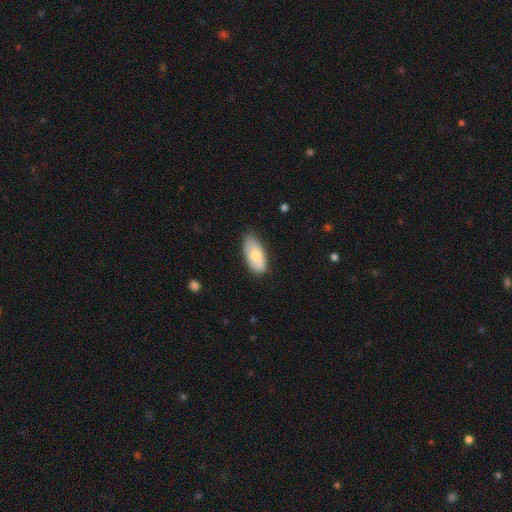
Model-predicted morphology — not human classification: A smooth galaxy with no disk features (72%) that is in between round and cigar-shaped (92%).

Vote fractions:
- Smooth or featured? smooth: 72% / featured or disk: 22% / star or artifact: 6%
- How rounded? in between: 92% / cigar-shaped: 6% / round: 2%
- Merging? none: 71% / minor disturbance: 23% / major disturbance: 4% / merger: 2%